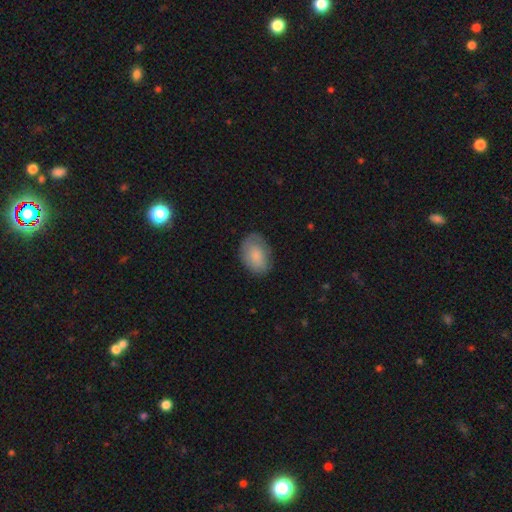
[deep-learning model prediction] Morphology: type=smooth (81%); roundness=in between (82%); merging=none (74%).